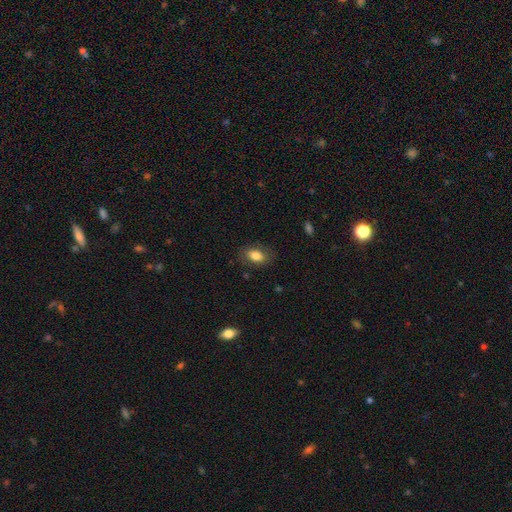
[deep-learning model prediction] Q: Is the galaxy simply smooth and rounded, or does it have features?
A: smooth — 81%.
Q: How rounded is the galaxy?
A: in between — 87%.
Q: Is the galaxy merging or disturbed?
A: none — 80%.